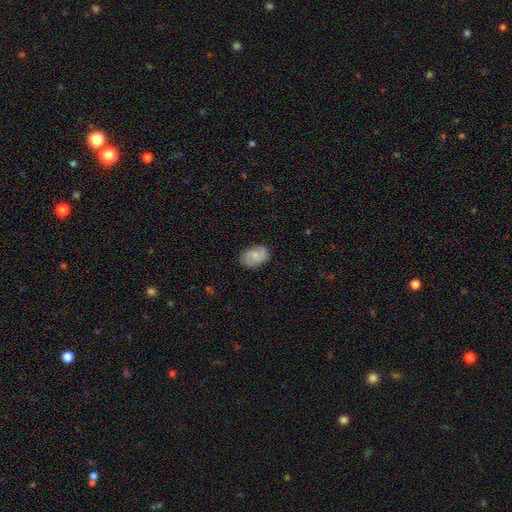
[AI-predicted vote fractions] This appears to be a featured or disk galaxy (48%). Merging: none (80%).